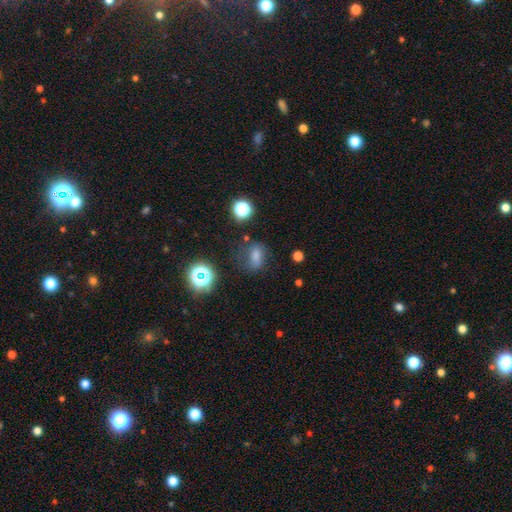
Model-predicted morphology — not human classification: Overall: smooth (61%; star or artifact 26%). How rounded: in between (64%; round 30%). Merging: none (66%).